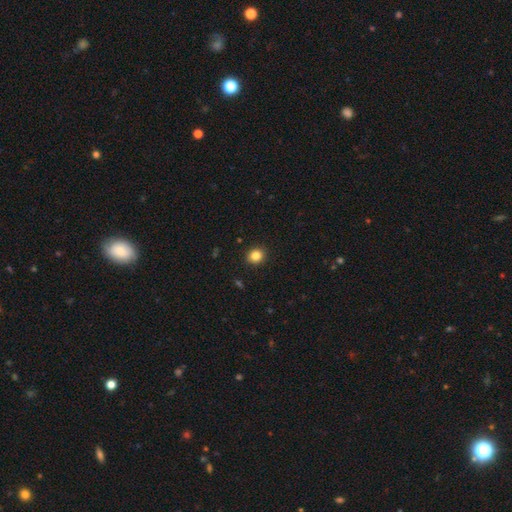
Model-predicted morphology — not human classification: type=smooth (84%); roundness=round (81%); merging=none (92%).